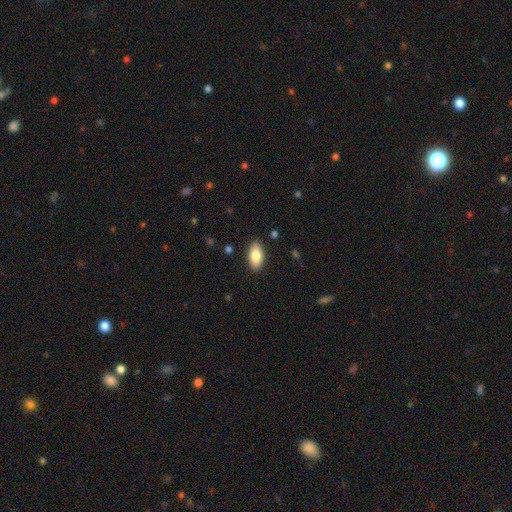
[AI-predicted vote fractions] A smooth galaxy with no disk features (82%) that is in between round and cigar-shaped (91%).

Vote fractions:
- Smooth or featured? smooth: 82% / featured or disk: 12% / star or artifact: 6%
- How rounded? in between: 91% / cigar-shaped: 6% / round: 3%
- Merging? none: 88% / minor disturbance: 9% / major disturbance: 2% / merger: 1%